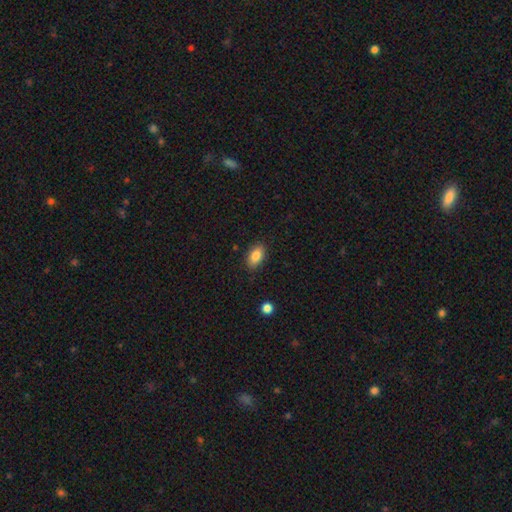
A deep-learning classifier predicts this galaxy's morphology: A smooth galaxy with no disk features (85%) that is in between round and cigar-shaped (91%).

Vote fractions:
- Smooth or featured? smooth: 85% / featured or disk: 8% / star or artifact: 8%
- How rounded? in between: 91% / round: 6% / cigar-shaped: 3%
- Merging? none: 86% / minor disturbance: 10% / major disturbance: 2% / merger: 1%